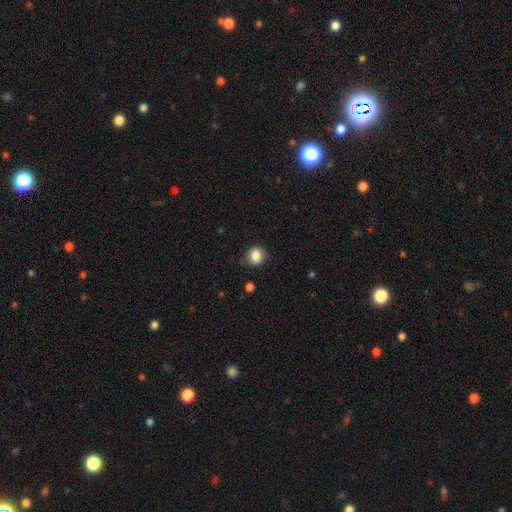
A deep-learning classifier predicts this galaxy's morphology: A smooth galaxy with no disk features (87%) that is round (80%). Merging: none (84%).